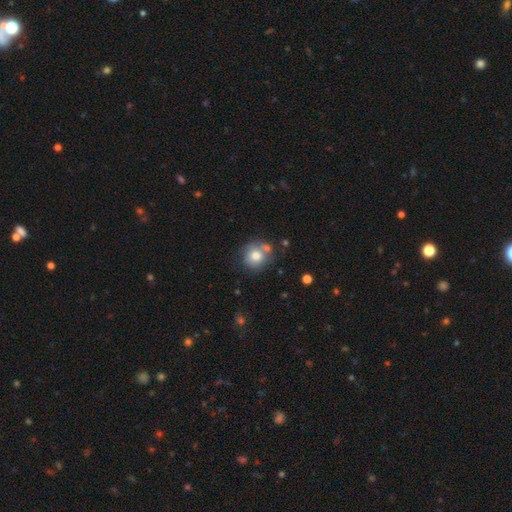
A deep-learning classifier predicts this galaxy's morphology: A smooth galaxy with no disk features (72%) that is round (83%).

Vote fractions:
- Smooth or featured? smooth: 72% / featured or disk: 19% / star or artifact: 9%
- How rounded? round: 83% / in between: 16% / cigar-shaped: 1%
- Merging? none: 52% / merger: 22% / minor disturbance: 19% / major disturbance: 7%